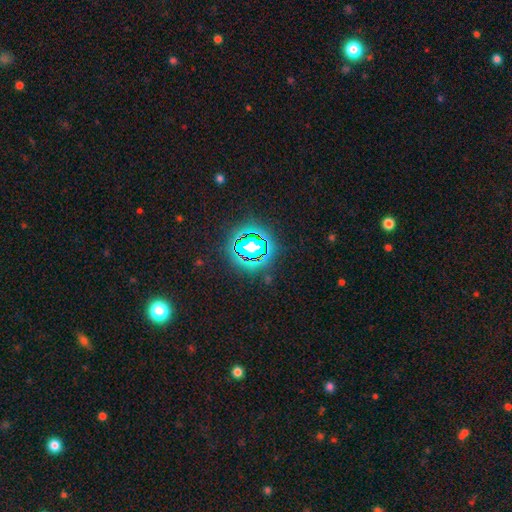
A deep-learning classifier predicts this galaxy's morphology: smooth-or-featured: star or artifact: 81% | smooth: 12% | featured or disk: 8%